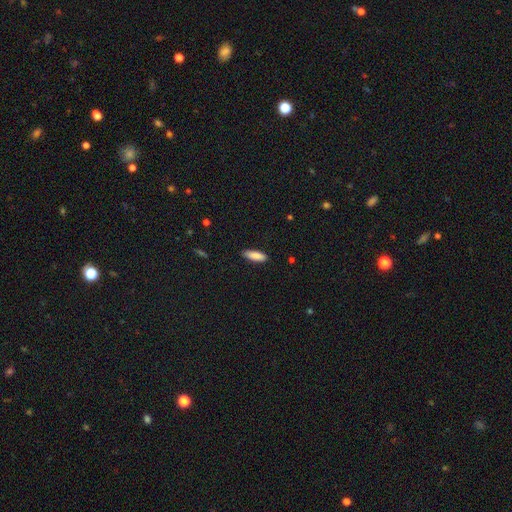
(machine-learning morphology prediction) A smooth galaxy with no disk features (87%) that is in between round and cigar-shaped (54%). Merging: none (87%).